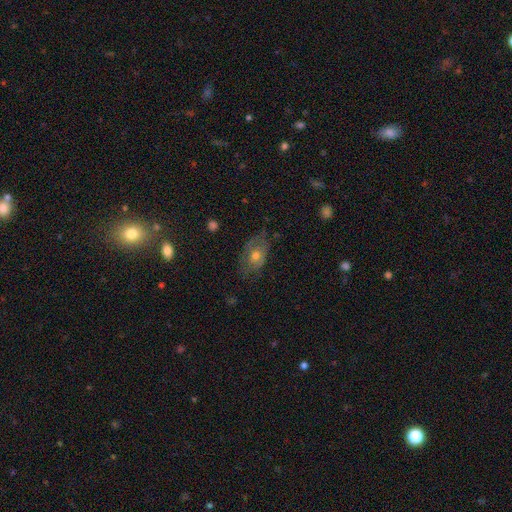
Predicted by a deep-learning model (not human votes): This appears to be a smooth galaxy with no disk features (47%). Merging: none (62%).